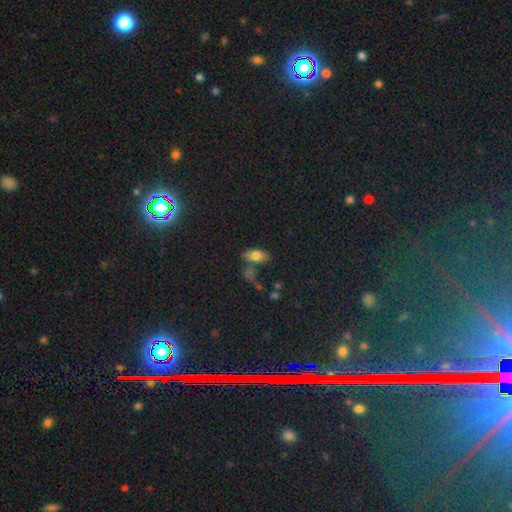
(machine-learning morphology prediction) Smooth or featured: smooth — 74% (featured or disk — 15%)
How rounded: in between — 88% (round — 6%)
Merging: none — 57% (merger — 19%)